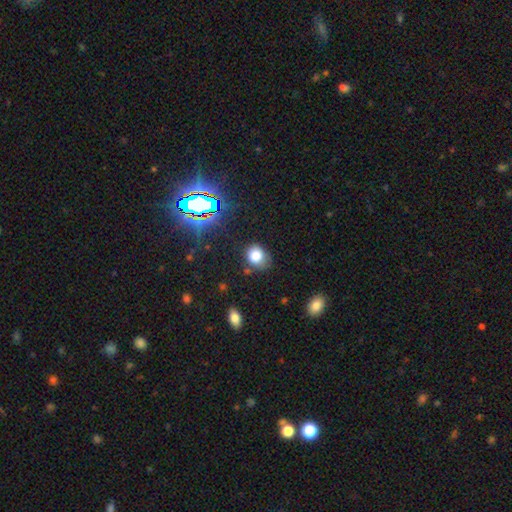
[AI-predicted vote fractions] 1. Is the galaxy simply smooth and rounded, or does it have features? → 78% smooth, 14% star or artifact, 7% featured or disk.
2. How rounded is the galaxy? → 65% round, 34% in between, 1% cigar-shaped.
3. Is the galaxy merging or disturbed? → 69% none, 22% minor disturbance, 6% major disturbance, 4% merger.